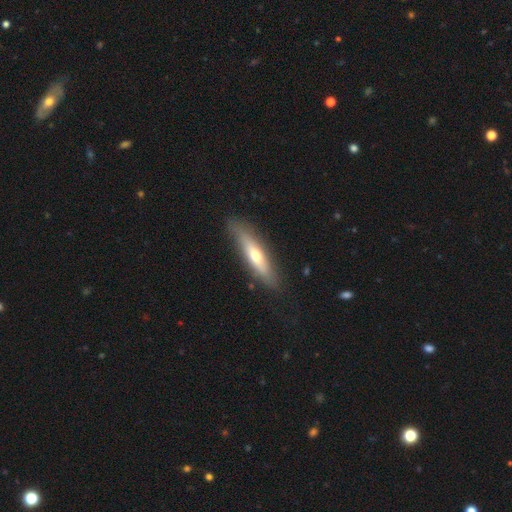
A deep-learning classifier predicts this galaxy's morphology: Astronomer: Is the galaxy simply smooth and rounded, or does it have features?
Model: smooth — 52% (runner-up: featured or disk, 42%).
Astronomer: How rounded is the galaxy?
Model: cigar-shaped — 76%.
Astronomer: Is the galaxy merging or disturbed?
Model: none — 82%.